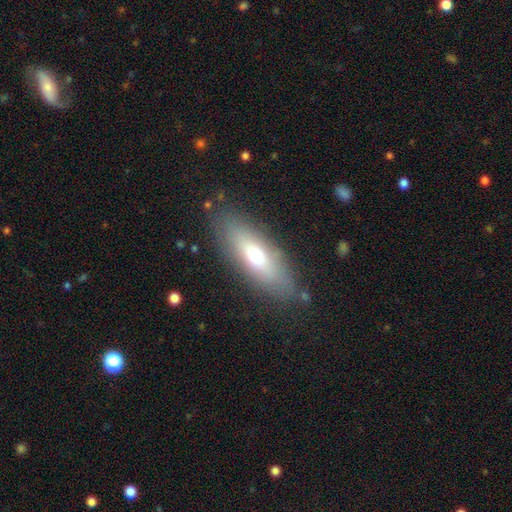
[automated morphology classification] Q: Smooth or featured?
A: smooth (64%); runner-up: featured or disk (29%)
Q: How rounded?
A: in between (61%); runner-up: cigar-shaped (37%)
Q: Merging?
A: none (82%); runner-up: minor disturbance (13%)